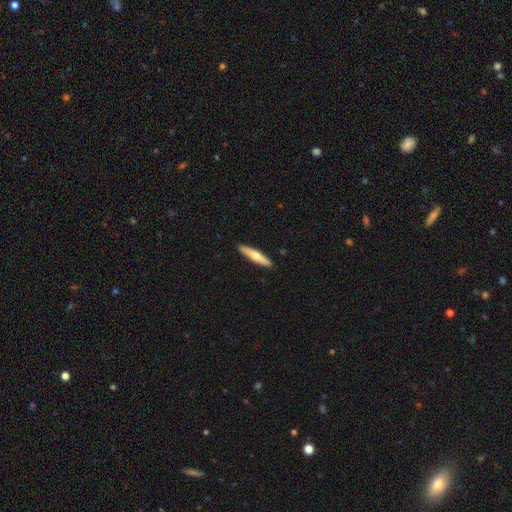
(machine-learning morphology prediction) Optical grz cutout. It shows a smooth galaxy with no disk features (54%) that is cigar-shaped (89%). Merging: none (92%).